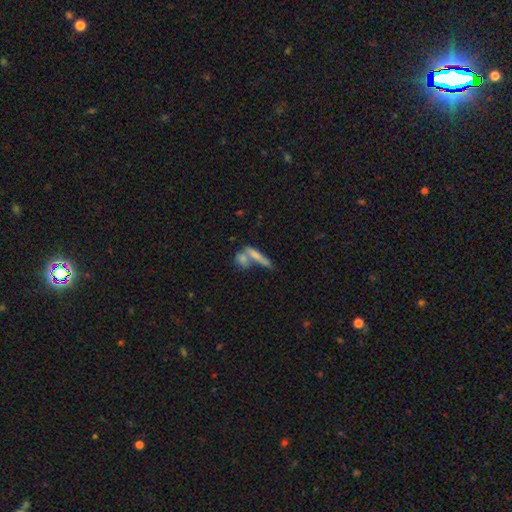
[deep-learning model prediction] smooth-or-featured: smooth: 63% | featured or disk: 28% | star or artifact: 10%
  how-rounded: cigar-shaped: 73% | in between: 22% | round: 5%
  merging: merger: 47% | none: 38% | minor disturbance: 9% | major disturbance: 6%